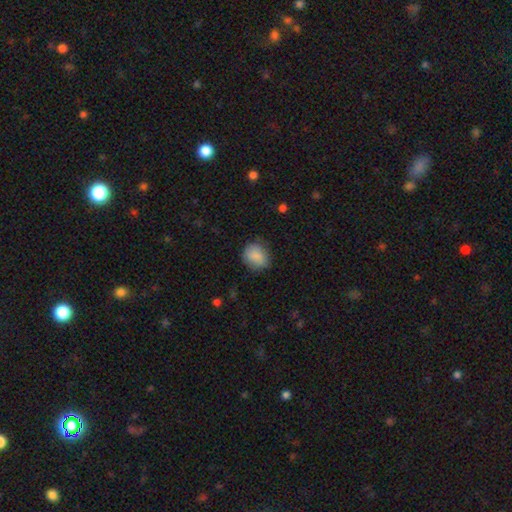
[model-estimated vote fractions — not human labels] smooth_or_featured: smooth (p=0.85) [alt: star or artifact p=0.08]
how_rounded: round (p=0.68) [alt: in between p=0.31]
merging: none (p=0.73) [alt: minor disturbance p=0.21]